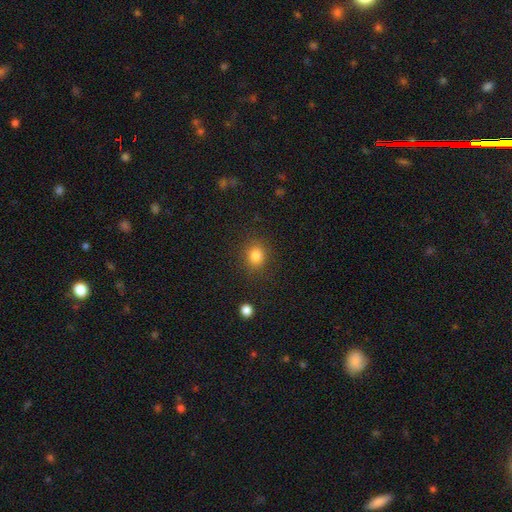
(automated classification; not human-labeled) Smooth or featured? Predicted: smooth (p=0.83). How rounded? Predicted: round (p=0.67). Merging? Predicted: none (p=0.85).